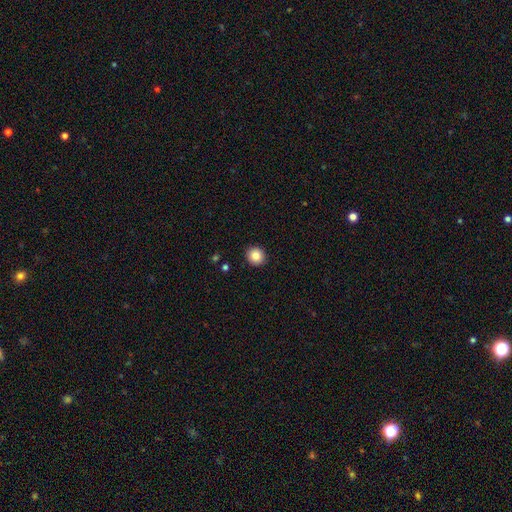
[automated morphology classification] Overall: smooth (86%). How rounded: round (86%). Merging: none (92%).